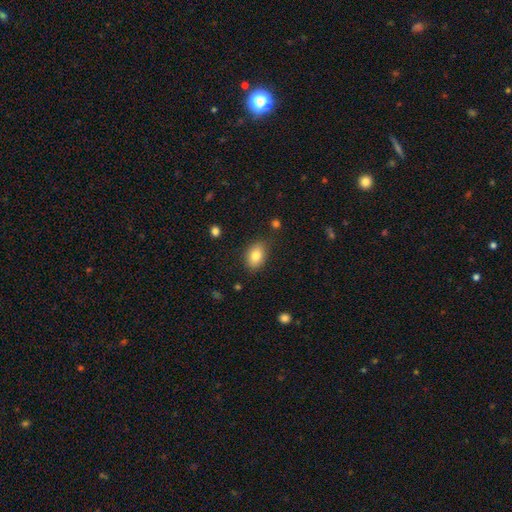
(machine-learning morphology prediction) smooth_or_featured: smooth (p=0.81) [alt: featured or disk p=0.10]
how_rounded: in between (p=0.82) [alt: round p=0.17]
merging: none (p=0.81) [alt: minor disturbance p=0.14]